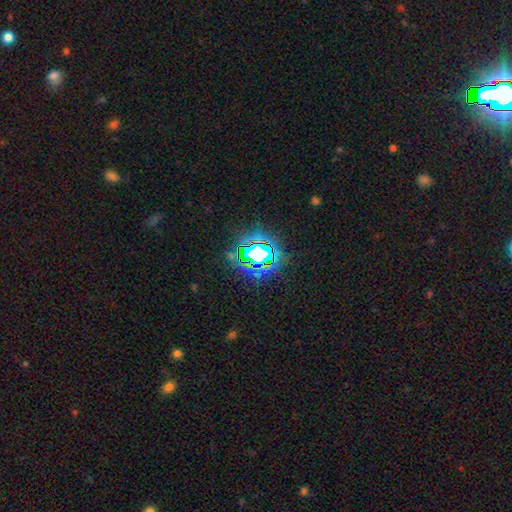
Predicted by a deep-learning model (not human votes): Smooth or featured: star or artifact — 75% (smooth — 15%)